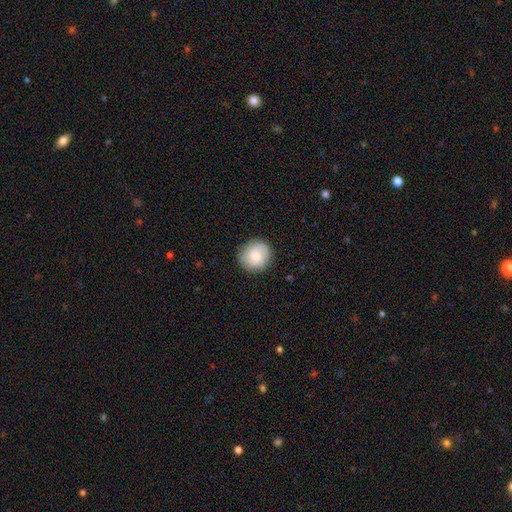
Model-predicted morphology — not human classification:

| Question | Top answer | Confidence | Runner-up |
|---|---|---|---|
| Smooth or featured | smooth | 81% | featured or disk (12%) |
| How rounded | round | 89% | in between (10%) |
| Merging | none | 87% | minor disturbance (10%) |